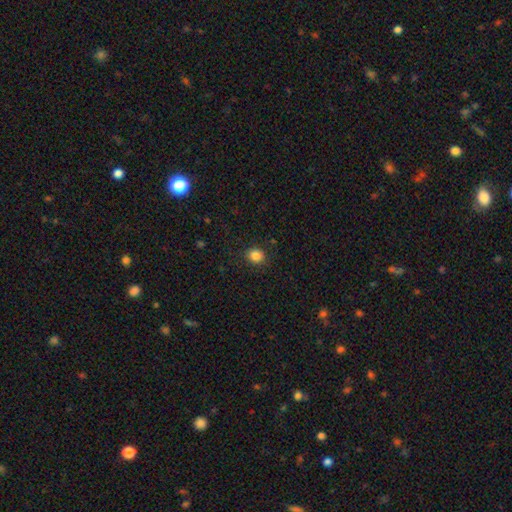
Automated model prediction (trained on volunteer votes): A smooth galaxy with no disk features (85%) that is round (73%).

Vote fractions:
- Smooth or featured? smooth: 85% / star or artifact: 11% / featured or disk: 4%
- How rounded? round: 73% / in between: 26% / cigar-shaped: 1%
- Merging? none: 87% / minor disturbance: 9% / major disturbance: 3% / merger: 1%